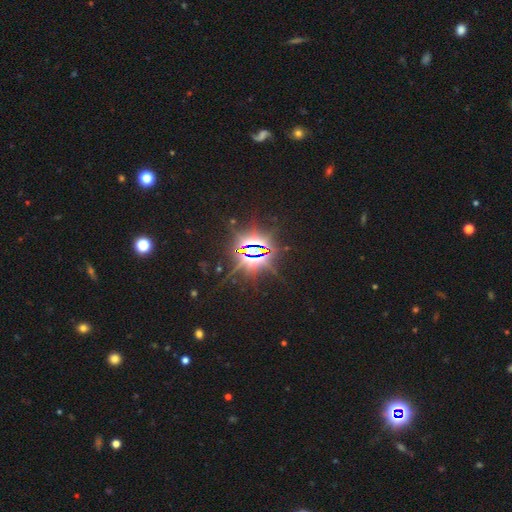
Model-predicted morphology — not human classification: Smooth or featured? star or artifact (87%)